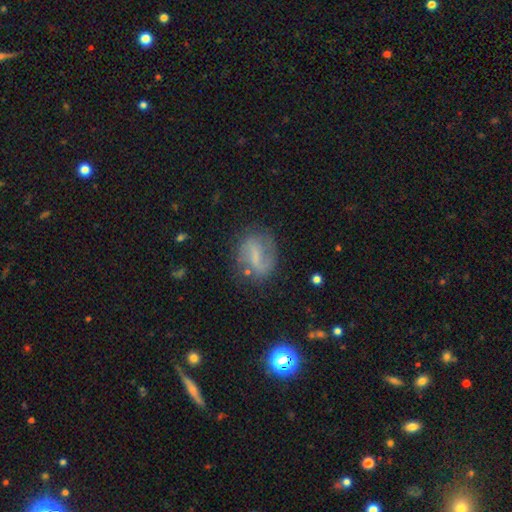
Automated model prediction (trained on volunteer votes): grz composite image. It shows a featured or disk galaxy (65%) with a weak bar (44%), 2 (81%) loose (41%) spiral arms (84%) and no central bulge (45%). Merging: none (72%).